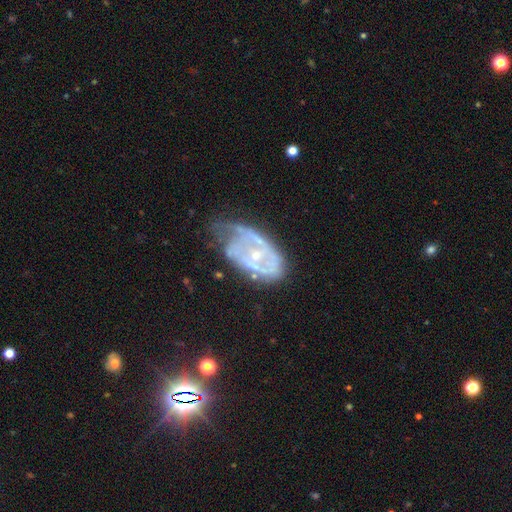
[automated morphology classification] Q: Smooth or featured?
A: featured or disk (76%); runner-up: smooth (16%)
Q: Edge-on disk?
A: no (95%); runner-up: yes (5%)
Q: Bar?
A: no (66%); runner-up: weak (27%)
Q: Spiral arms?
A: yes (67%); runner-up: no (33%)
Q: Bulge size?
A: small (67%); runner-up: moderate (28%)
Q: Merging?
A: minor disturbance (34%); runner-up: major disturbance (31%)